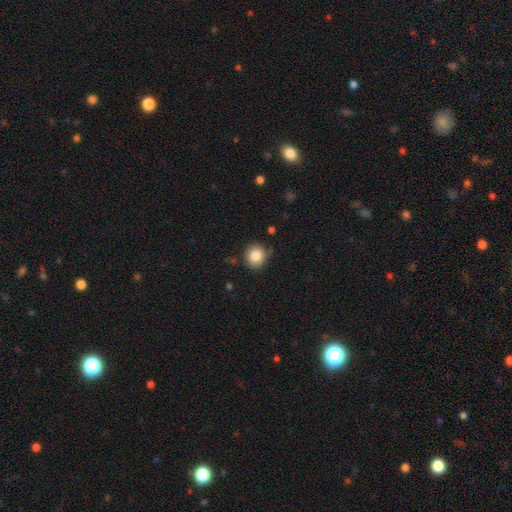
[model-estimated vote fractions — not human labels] smooth-or-featured: smooth: 83% | star or artifact: 9% | featured or disk: 7%
  how-rounded: round: 85% | in between: 14% | cigar-shaped: 1%
  merging: none: 81% | minor disturbance: 13% | major disturbance: 3% | merger: 2%